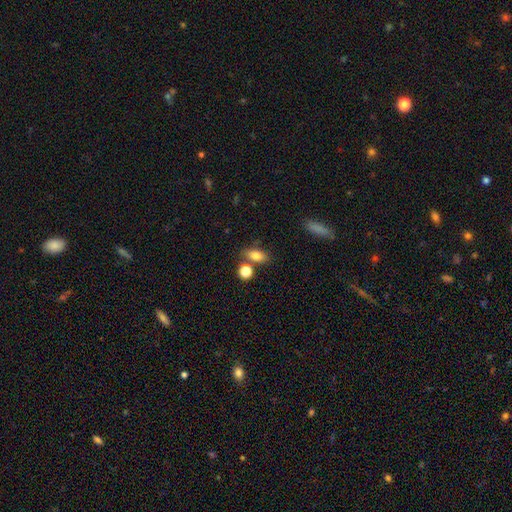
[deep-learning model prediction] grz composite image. It shows a smooth galaxy with no disk features (81%) that is in between round and cigar-shaped (79%). Merging: none (69%).